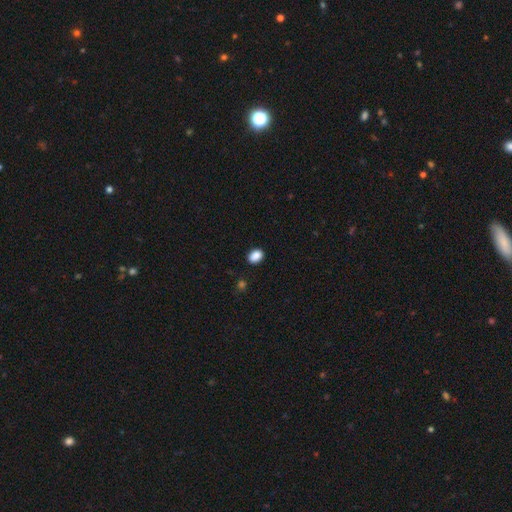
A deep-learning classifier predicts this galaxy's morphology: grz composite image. It shows a smooth galaxy with no disk features (88%) that is in between round and cigar-shaped (71%). Merging: none (88%).